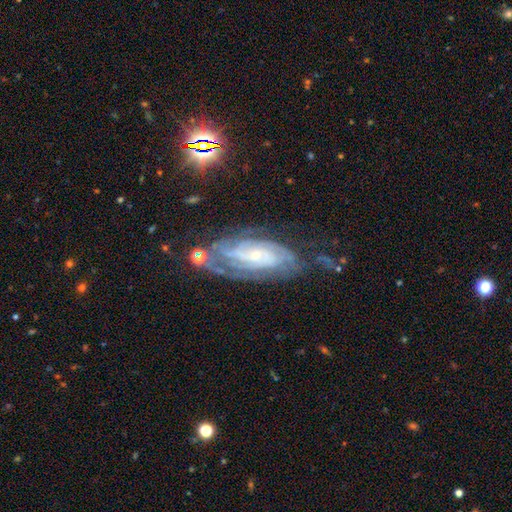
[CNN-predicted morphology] A featured or disk galaxy (84%) with no bar (63%), tight (68%) spiral arms (96%) and a small central bulge (76%). Merging: none (61%).